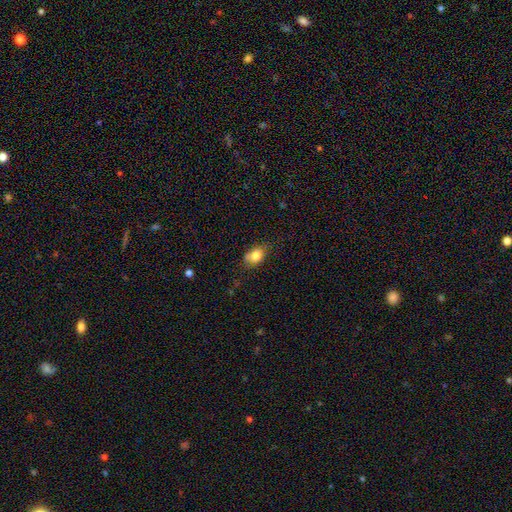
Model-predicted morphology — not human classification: A smooth galaxy with no disk features (79%) that is in between round and cigar-shaped (76%). Merging: none (61%).